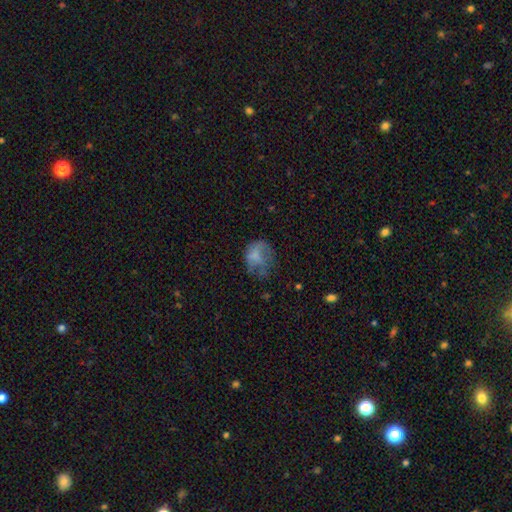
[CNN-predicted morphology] smooth_or_featured: smooth (p=0.61) [alt: featured or disk p=0.27]
how_rounded: round (p=0.53) [alt: in between p=0.46]
merging: none (p=0.38) [alt: major disturbance p=0.32]